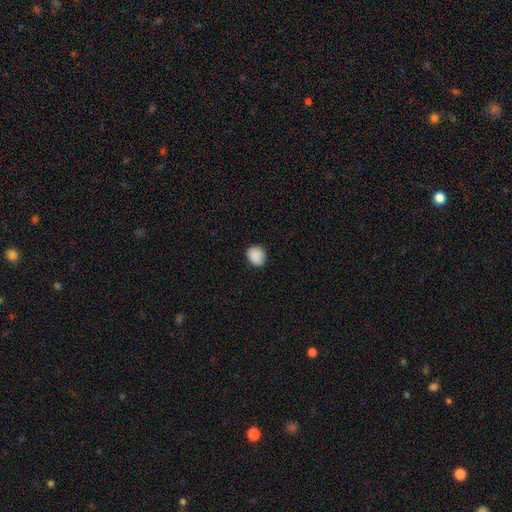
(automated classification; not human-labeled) smooth_or_featured: smooth (p=0.89) [alt: star or artifact p=0.08]
how_rounded: round (p=0.72) [alt: in between p=0.27]
merging: none (p=0.84) [alt: minor disturbance p=0.12]